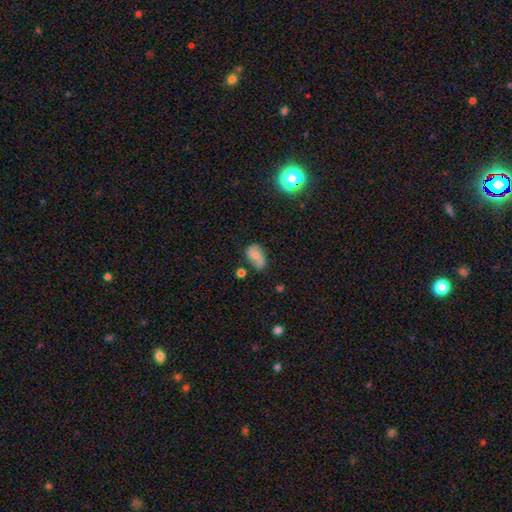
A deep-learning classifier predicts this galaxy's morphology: Smooth or featured? Predicted: smooth (p=0.51). How rounded? Predicted: in between (p=0.86). Merging? Predicted: none (p=0.52).